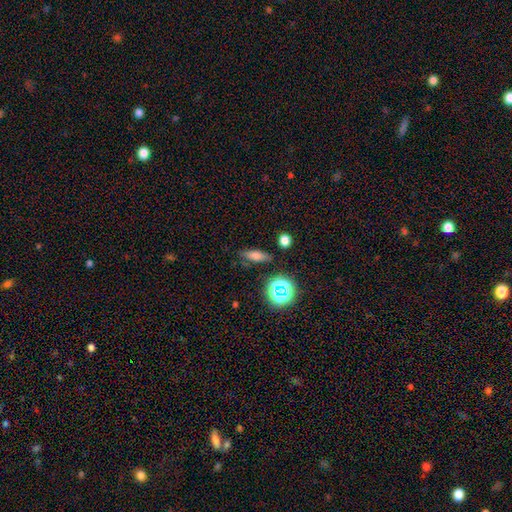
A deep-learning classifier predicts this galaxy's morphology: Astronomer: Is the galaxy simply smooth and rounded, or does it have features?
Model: smooth — 66%.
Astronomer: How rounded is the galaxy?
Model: in between — 51% (runner-up: cigar-shaped, 39%).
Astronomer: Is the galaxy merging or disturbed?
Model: none — 80%.